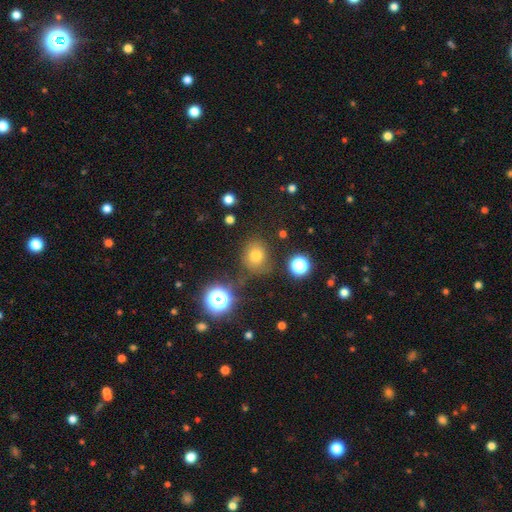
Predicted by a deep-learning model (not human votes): This appears to be a smooth galaxy with no disk features (71%) that is round (71%). Merging: none (76%).